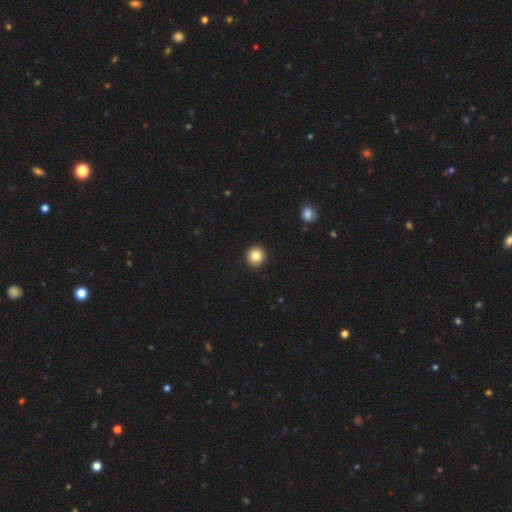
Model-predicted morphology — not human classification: type=smooth (84%); roundness=round (91%); merging=none (93%).